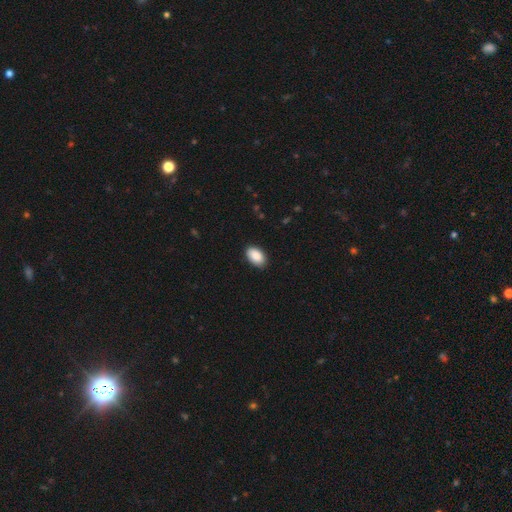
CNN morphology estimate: A smooth galaxy with no disk features (90%) that is in between round and cigar-shaped (92%). Merging: none (88%).